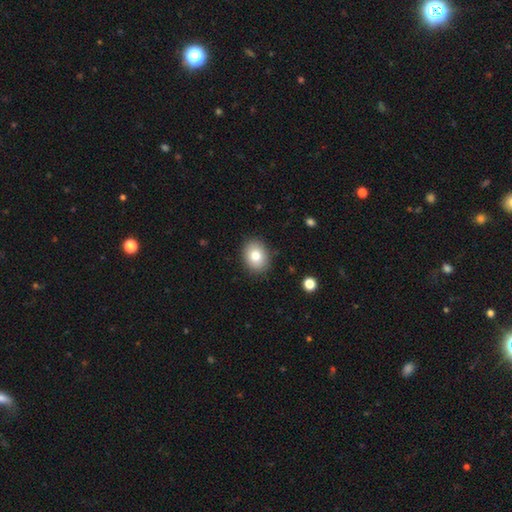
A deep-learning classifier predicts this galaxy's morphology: Smooth or featured?
  - smooth: 81% *
  - featured or disk: 10%
  - star or artifact: 9%
How rounded?
  - in between: 56% *
  - round: 43%
  - cigar-shaped: 1%
Merging?
  - none: 88% *
  - minor disturbance: 9%
  - major disturbance: 2%
  - merger: 1%